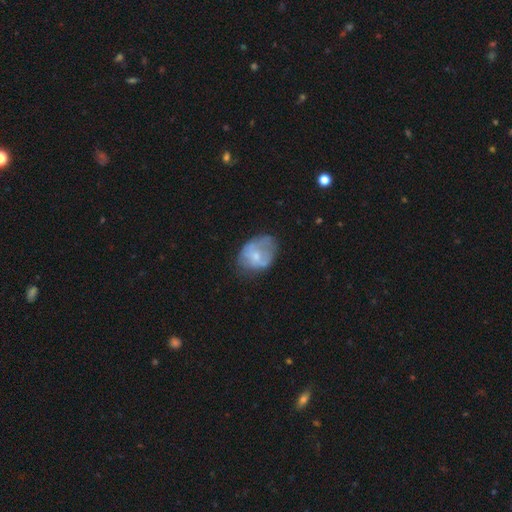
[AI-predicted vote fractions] smooth_or_featured: smooth (p=0.48) [alt: featured or disk p=0.44]
merging: none (p=0.42) [alt: minor disturbance p=0.34]